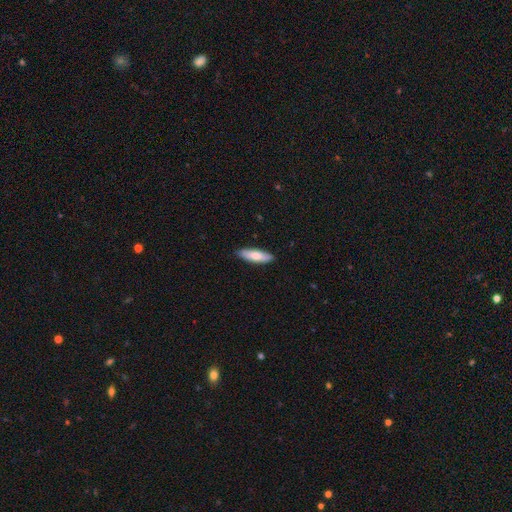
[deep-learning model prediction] Overall: smooth (73%). How rounded: cigar-shaped (56%; in between 42%). Merging: none (88%).